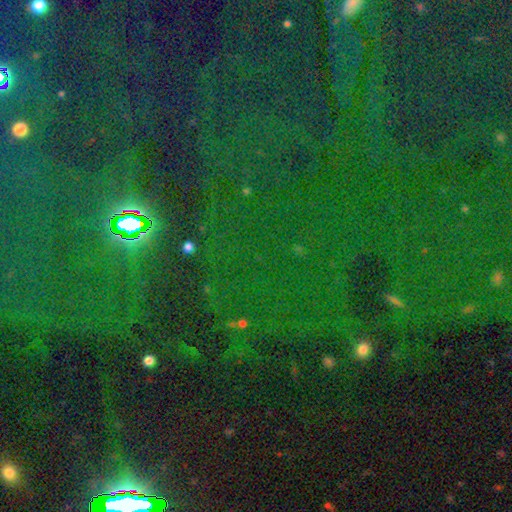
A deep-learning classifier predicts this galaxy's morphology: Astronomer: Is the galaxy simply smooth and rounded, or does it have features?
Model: star or artifact — 83%.